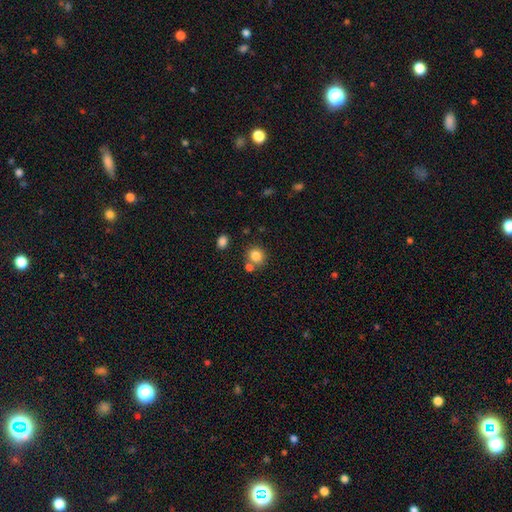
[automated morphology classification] This appears to be a smooth galaxy with no disk features (83%) that is round (82%). Merging: none (70%).